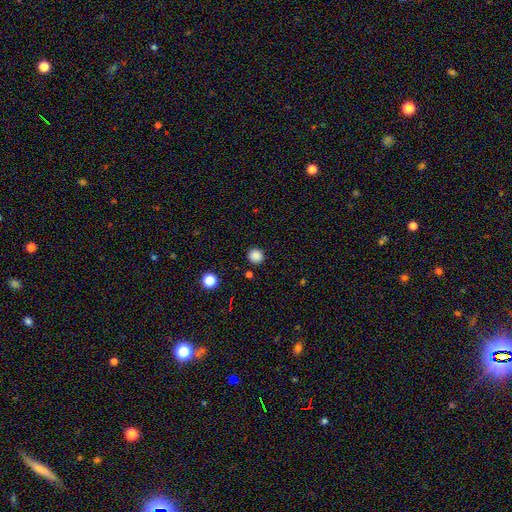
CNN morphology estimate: smooth-or-featured: smooth: 86% | star or artifact: 12% | featured or disk: 3%
  how-rounded: round: 93% | in between: 6% | cigar-shaped: 1%
  merging: none: 90% | minor disturbance: 6% | major disturbance: 2% | merger: 2%